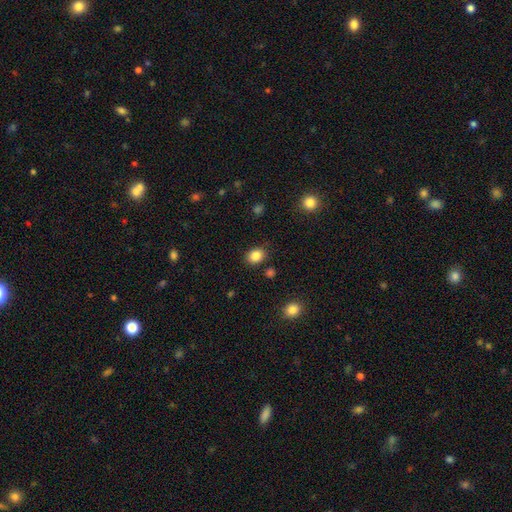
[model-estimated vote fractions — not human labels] Smooth or featured? smooth (86%)
How rounded? round (51%)
Merging? none (84%)